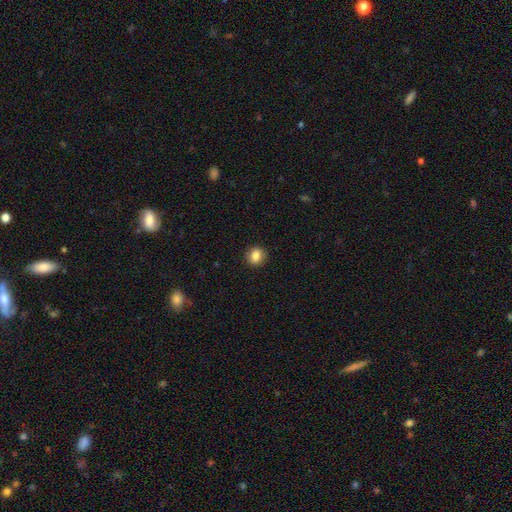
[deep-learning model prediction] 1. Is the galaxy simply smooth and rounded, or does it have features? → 85% smooth, 9% star or artifact, 5% featured or disk.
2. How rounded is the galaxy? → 67% round, 31% in between, 1% cigar-shaped.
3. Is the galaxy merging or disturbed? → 90% none, 7% minor disturbance, 2% major disturbance, 1% merger.